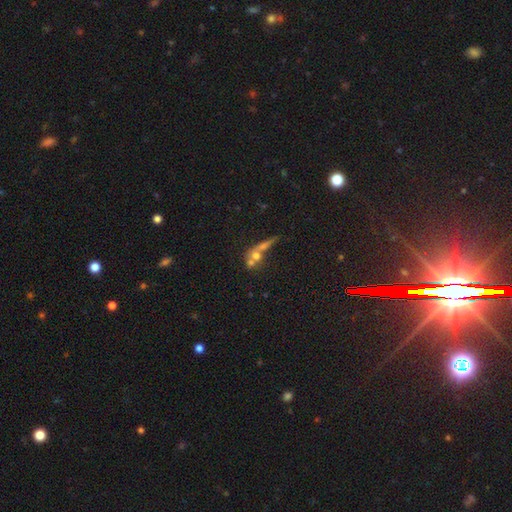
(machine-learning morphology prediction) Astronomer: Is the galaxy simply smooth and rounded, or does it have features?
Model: smooth — 51% (runner-up: featured or disk, 34%).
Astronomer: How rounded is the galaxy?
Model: round — 50% (runner-up: in between, 31%).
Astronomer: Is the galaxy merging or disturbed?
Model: merger — 55%.